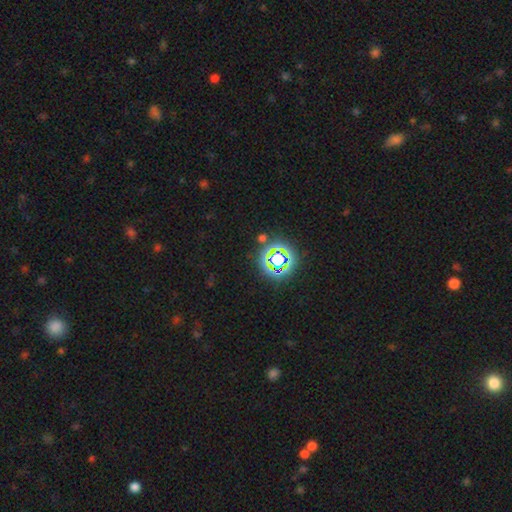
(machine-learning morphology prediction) star or artifact 73%, smooth 19%, featured or disk 7%.